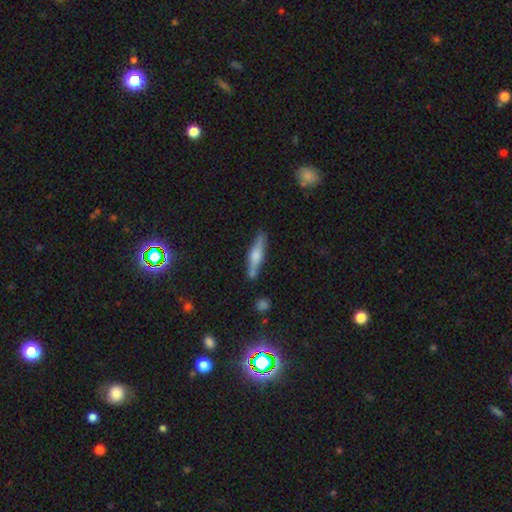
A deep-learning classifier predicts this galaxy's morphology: Smooth or featured? Predicted: featured or disk (p=0.54). Edge-on disk? Predicted: yes (p=0.93). Edge-on bulge? Predicted: rounded (p=0.77). Merging? Predicted: none (p=0.80).